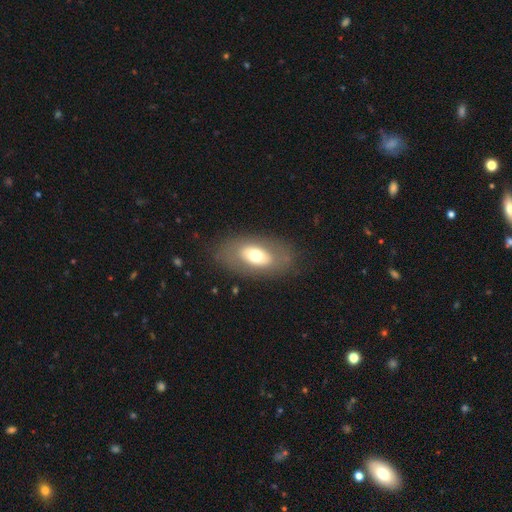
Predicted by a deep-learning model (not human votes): A smooth galaxy with no disk features (56%) that is in between round and cigar-shaped (89%).

Vote fractions:
- Smooth or featured? smooth: 56% / featured or disk: 37% / star or artifact: 7%
- How rounded? in between: 89% / round: 8% / cigar-shaped: 3%
- Merging? none: 80% / minor disturbance: 12% / major disturbance: 6% / merger: 1%